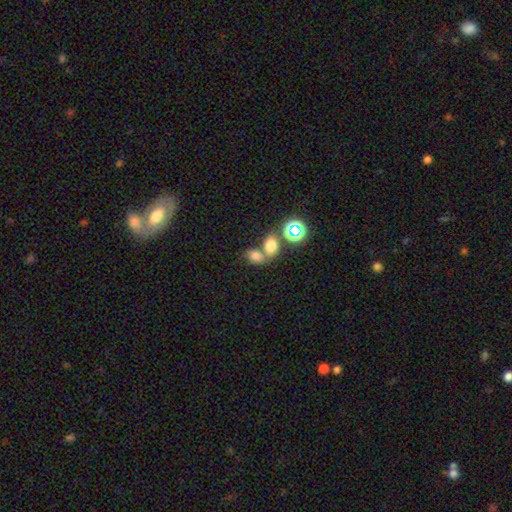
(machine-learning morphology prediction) Q: Smooth or featured?
A: smooth (75%); runner-up: star or artifact (16%)
Q: How rounded?
A: in between (74%); runner-up: round (25%)
Q: Merging?
A: merger (49%); runner-up: none (38%)